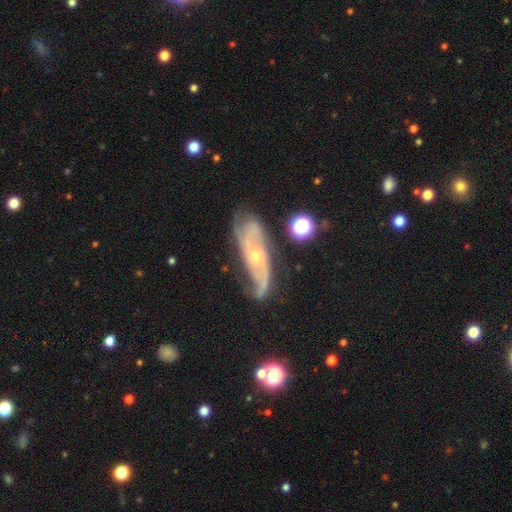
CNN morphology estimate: Smooth or featured? Predicted: featured or disk (p=0.83). Edge-on disk? Predicted: no (p=0.85). Bar? Predicted: no (p=0.66). Spiral arms? Predicted: yes (p=0.93). Spiral winding? Predicted: medium (p=0.43). Spiral arm count? Predicted: 2 (p=0.51). Bulge size? Predicted: small (p=0.68). Merging? Predicted: none (p=0.62).